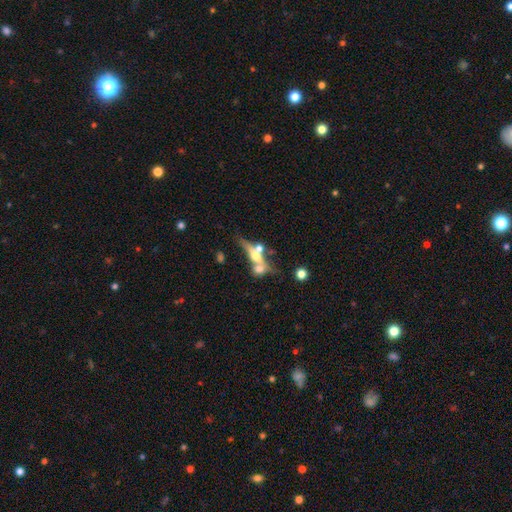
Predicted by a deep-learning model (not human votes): smooth-or-featured: featured or disk: 54% | smooth: 36% | star or artifact: 10%
  disk-edge-on: yes: 65% | no: 35%
  merging: merger: 50% | none: 31% | minor disturbance: 10% | major disturbance: 9%